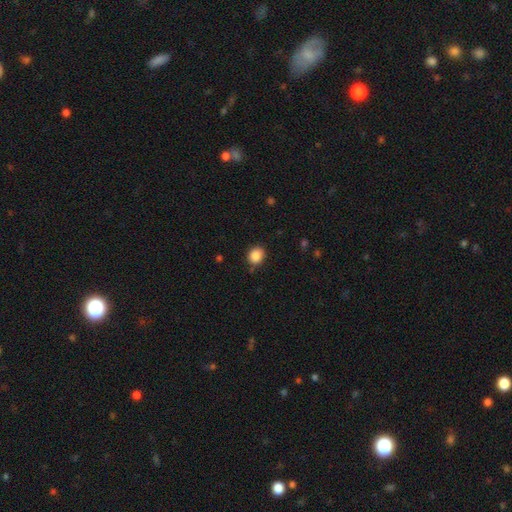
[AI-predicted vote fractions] Morphology: type=smooth (88%); roundness=round (72%); merging=none (83%).